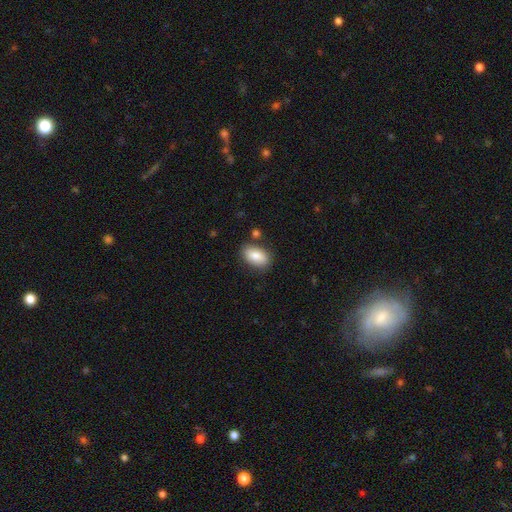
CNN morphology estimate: Smooth or featured? smooth (85%)
How rounded? in between (92%)
Merging? none (80%)